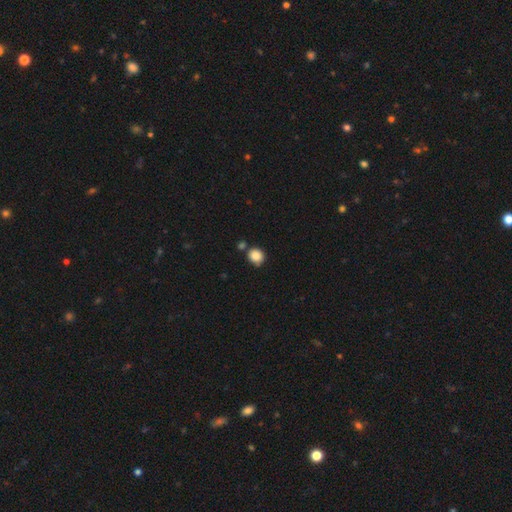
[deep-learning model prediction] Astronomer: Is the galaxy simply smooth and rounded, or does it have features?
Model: smooth — 87%.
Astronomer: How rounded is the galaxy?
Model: round — 82%.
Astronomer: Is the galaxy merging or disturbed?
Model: none — 70%.